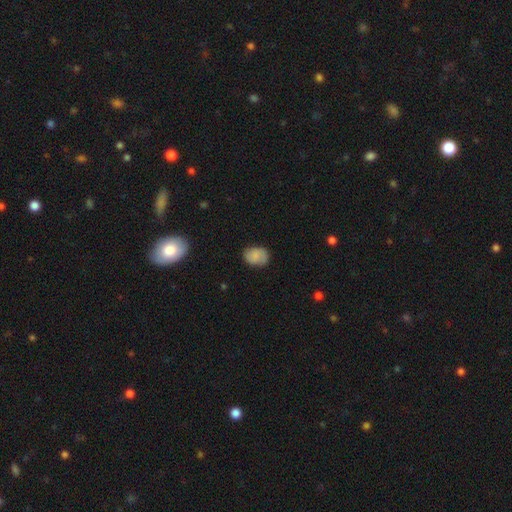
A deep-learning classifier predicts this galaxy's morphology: Smooth or featured: smooth — 79% (featured or disk — 13%)
How rounded: in between — 71% (round — 28%)
Merging: none — 73% (minor disturbance — 21%)